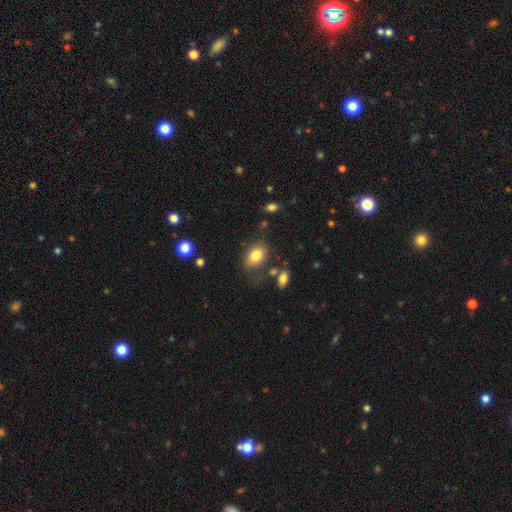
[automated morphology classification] smooth-or-featured: smooth: 81% | featured or disk: 11% | star or artifact: 8%
  how-rounded: in between: 82% | round: 17% | cigar-shaped: 1%
  merging: none: 68% | minor disturbance: 19% | major disturbance: 7% | merger: 6%